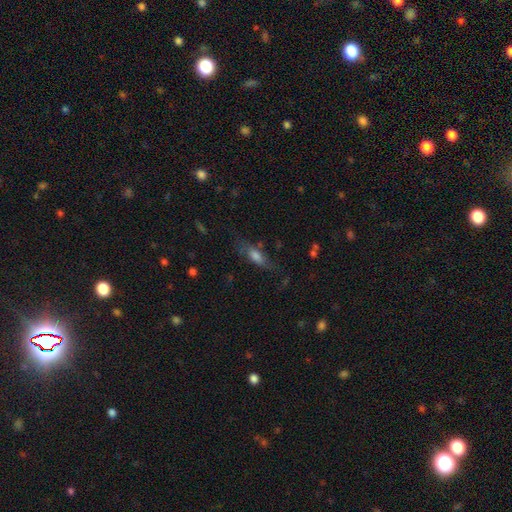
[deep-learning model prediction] The model was most divided on "how rounded": in between: 57%, cigar-shaped: 39%, round: 4%. More confident: smooth or featured — smooth (61%); merging — none (59%).